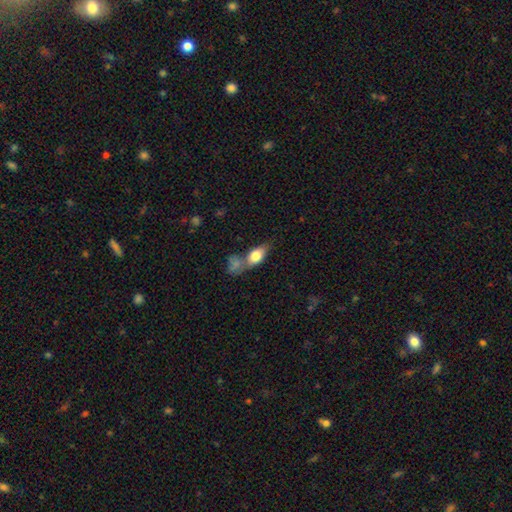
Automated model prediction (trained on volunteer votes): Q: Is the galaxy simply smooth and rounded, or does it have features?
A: smooth — 74%.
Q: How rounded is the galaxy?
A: in between — 78%.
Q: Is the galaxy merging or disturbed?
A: none — 41%.